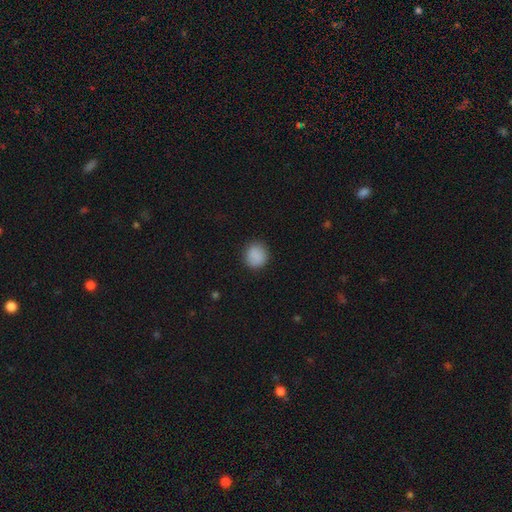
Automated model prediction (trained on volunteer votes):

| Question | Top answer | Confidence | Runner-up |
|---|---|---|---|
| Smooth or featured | smooth | 88% | star or artifact (8%) |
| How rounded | round | 88% | in between (11%) |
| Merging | none | 88% | minor disturbance (9%) |